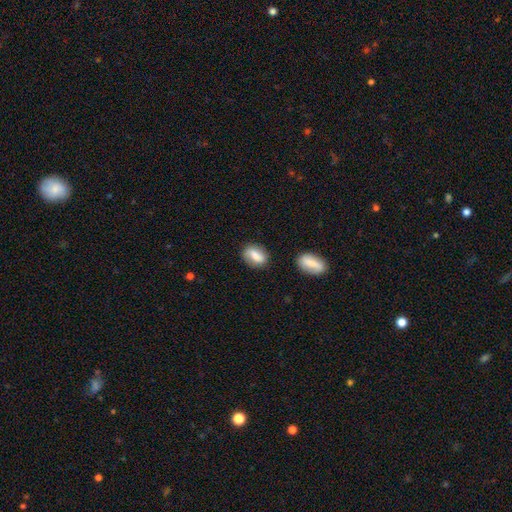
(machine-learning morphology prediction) Smooth or featured: smooth — 70% (featured or disk — 22%)
How rounded: in between — 77% (round — 18%)
Merging: none — 75% (minor disturbance — 17%)